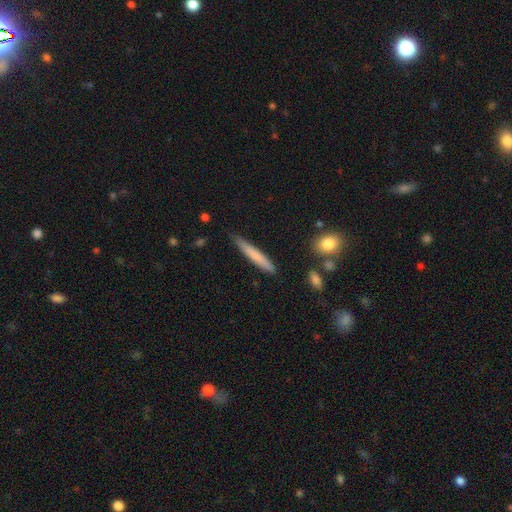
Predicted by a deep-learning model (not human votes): A smooth galaxy with no disk features (72%) that is cigar-shaped (95%). Merging: none (84%).